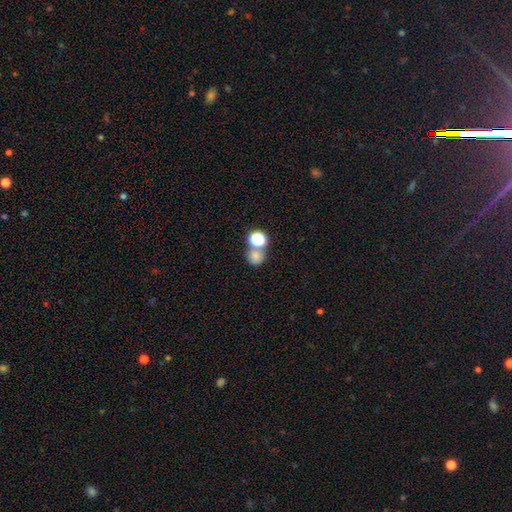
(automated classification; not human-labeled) A smooth galaxy with no disk features (74%) that is round (79%). Merging: none (47%).